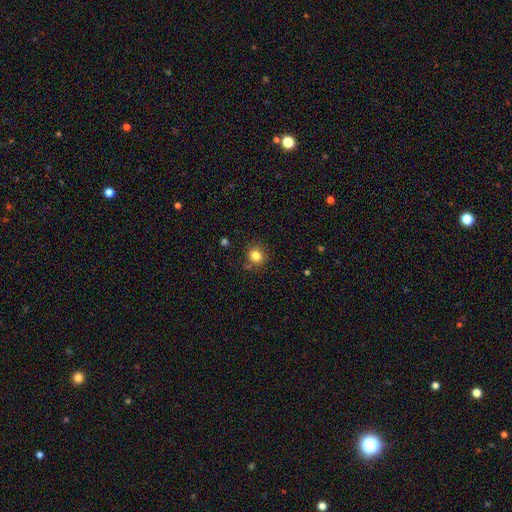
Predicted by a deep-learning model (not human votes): smooth_or_featured: smooth (p=0.82) [alt: star or artifact p=0.12]
how_rounded: round (p=0.79) [alt: in between p=0.20]
merging: none (p=0.82) [alt: minor disturbance p=0.11]